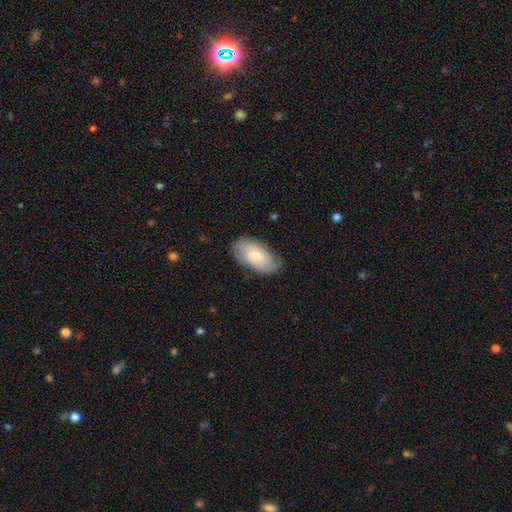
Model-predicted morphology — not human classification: Overall: smooth (50%; featured or disk 44%). Merging: none (74%).